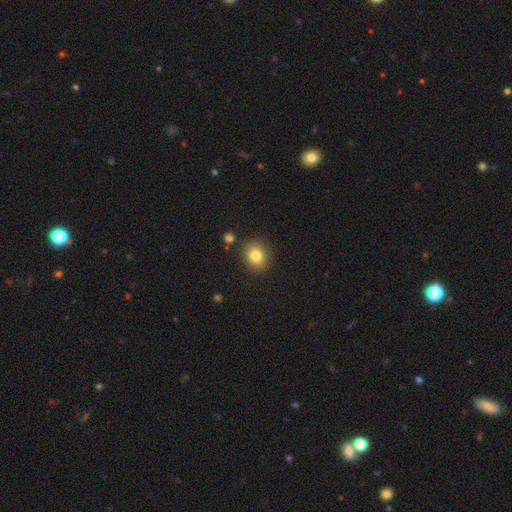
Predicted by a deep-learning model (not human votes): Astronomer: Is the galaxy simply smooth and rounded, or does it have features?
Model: smooth — 82%.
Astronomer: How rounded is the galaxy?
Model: round — 68%.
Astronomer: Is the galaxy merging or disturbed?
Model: none — 86%.